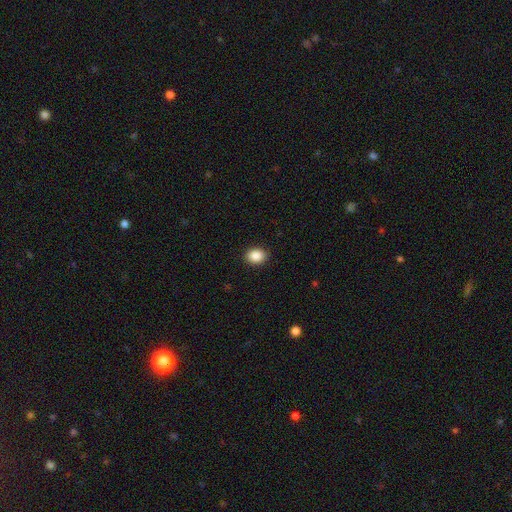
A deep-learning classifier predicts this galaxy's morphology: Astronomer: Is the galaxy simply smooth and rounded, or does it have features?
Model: smooth — 88%.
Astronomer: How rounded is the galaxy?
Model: in between — 56% (runner-up: round, 43%).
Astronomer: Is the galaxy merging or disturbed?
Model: none — 91%.